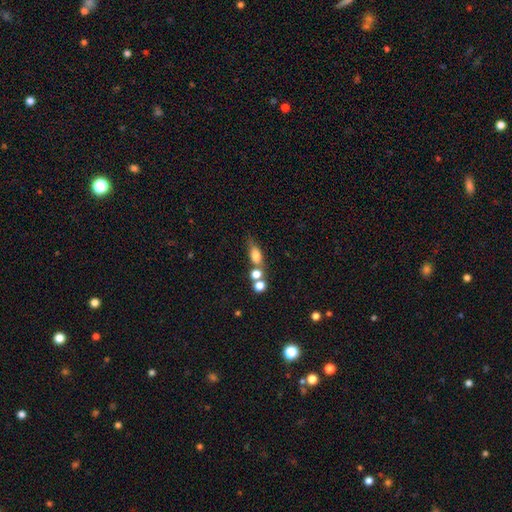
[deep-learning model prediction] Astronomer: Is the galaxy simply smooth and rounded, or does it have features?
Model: smooth — 72%.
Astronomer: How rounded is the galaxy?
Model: in between — 63%.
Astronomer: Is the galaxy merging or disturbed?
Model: none — 44% (runner-up: merger, 31%).